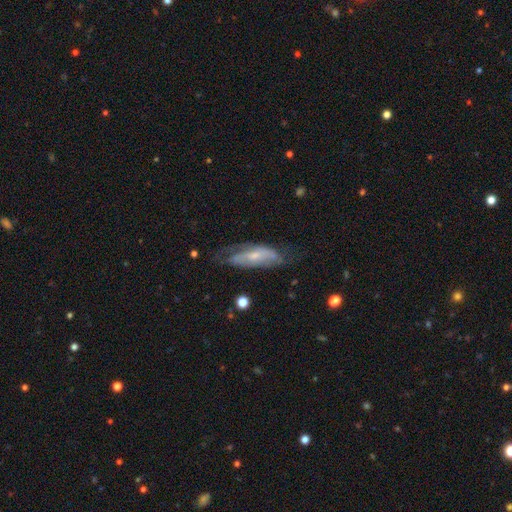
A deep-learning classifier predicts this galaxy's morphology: smooth-or-featured: featured or disk: 63% | smooth: 30% | star or artifact: 7%
  disk-edge-on: no: 79% | yes: 21%
    bar: no: 54% | weak: 33% | strong: 12%
    has-spiral-arms: yes: 76% | no: 24%
    bulge-size: small: 57% | moderate: 33% | none: 6% | large: 3% | dominant: 1%
  merging: none: 54% | minor disturbance: 27% | major disturbance: 17% | merger: 2%